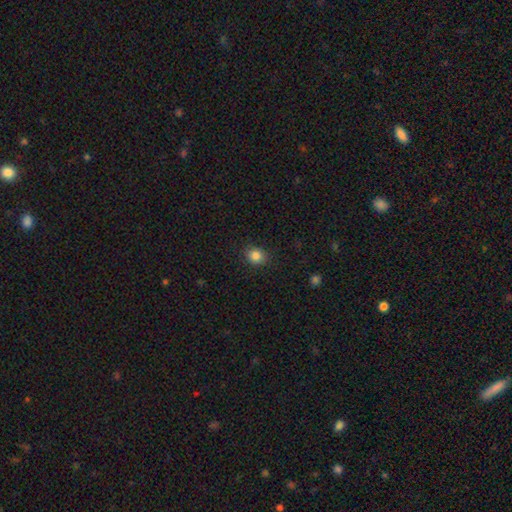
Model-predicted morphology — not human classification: Smooth or featured? smooth (85%)
How rounded? round (69%)
Merging? none (88%)